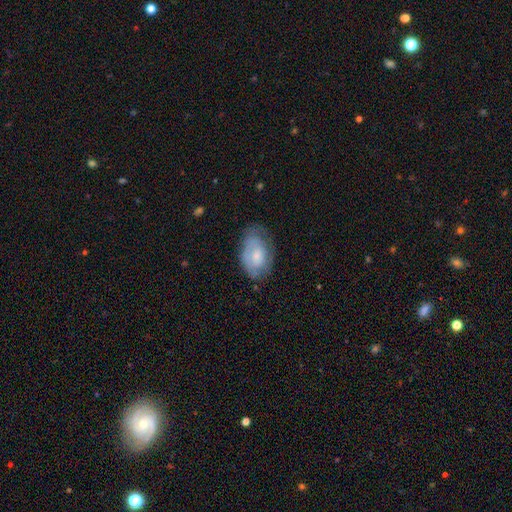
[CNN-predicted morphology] type=smooth (57%); roundness=in between (87%); merging=none (57%).